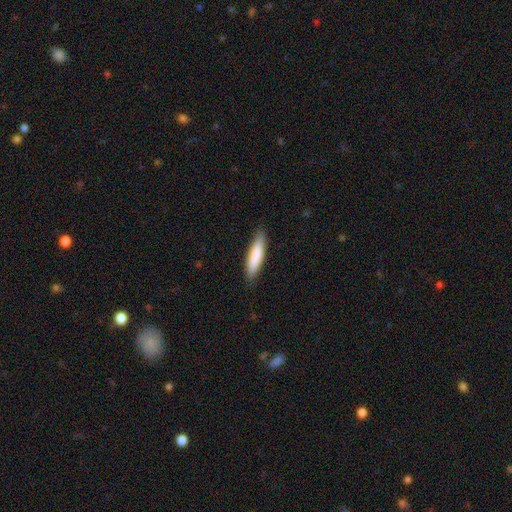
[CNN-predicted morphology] smooth-or-featured: smooth: 83% | featured or disk: 12% | star or artifact: 5%
  how-rounded: cigar-shaped: 77% | in between: 22% | round: 1%
  merging: none: 87% | minor disturbance: 10% | major disturbance: 2% | merger: 1%